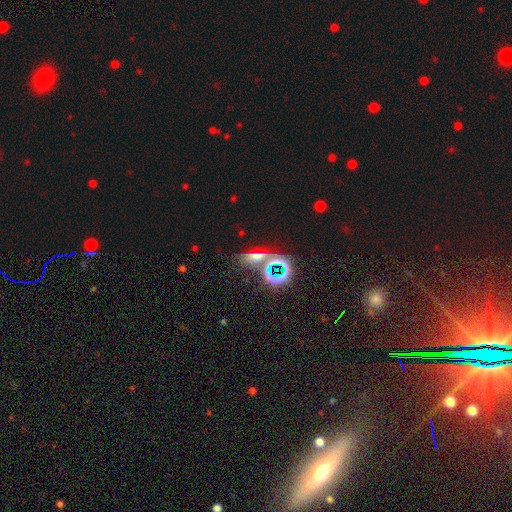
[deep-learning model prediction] smooth-or-featured: star or artifact: 57% | smooth: 26% | featured or disk: 17%